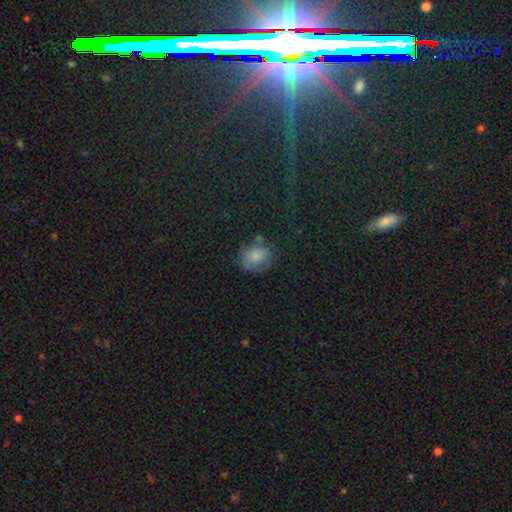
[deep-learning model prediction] The model was most divided on "how rounded": round: 50%, in between: 48%, cigar-shaped: 1%. More confident: smooth or featured — smooth (77%); merging — none (60%).